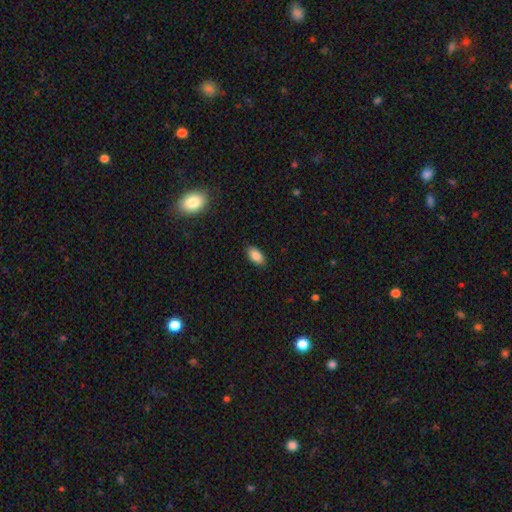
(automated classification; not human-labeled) Smooth or featured? smooth (85%)
How rounded? in between (93%)
Merging? none (88%)